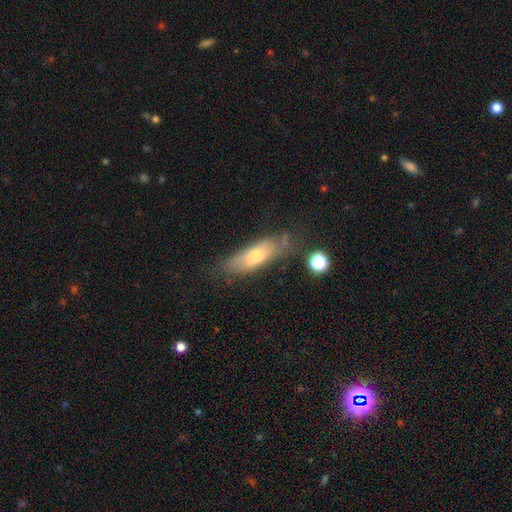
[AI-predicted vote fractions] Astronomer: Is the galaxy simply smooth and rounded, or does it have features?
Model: smooth — 63%.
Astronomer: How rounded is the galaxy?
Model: in between — 57% (runner-up: cigar-shaped, 40%).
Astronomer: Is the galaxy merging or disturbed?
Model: none — 60%.